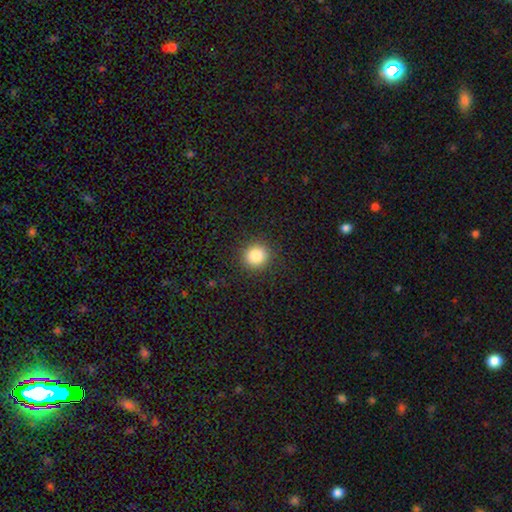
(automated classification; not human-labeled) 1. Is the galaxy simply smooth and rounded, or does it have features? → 85% smooth, 11% star or artifact, 4% featured or disk.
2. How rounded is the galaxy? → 91% round, 8% in between, 1% cigar-shaped.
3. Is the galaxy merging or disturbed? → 91% none, 6% minor disturbance, 2% major disturbance, 1% merger.